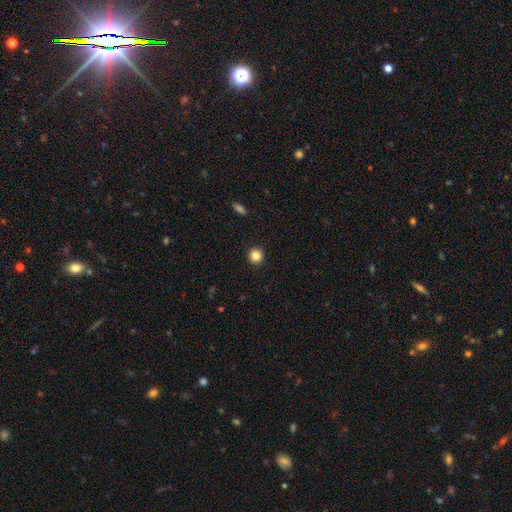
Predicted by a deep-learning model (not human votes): Morphology: type=smooth (85%); roundness=round (95%); merging=none (93%).